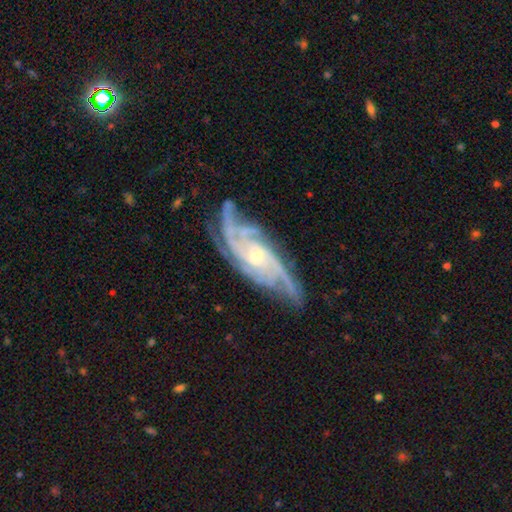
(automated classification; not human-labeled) Smooth or featured? Predicted: featured or disk (p=0.91). Edge-on disk? Predicted: no (p=0.92). Bar? Predicted: no (p=0.56). Spiral arms? Predicted: yes (p=0.98). Spiral winding? Predicted: tight (p=0.54). Spiral arm count? Predicted: 4 (p=0.37). Bulge size? Predicted: small (p=0.52). Merging? Predicted: none (p=0.73).